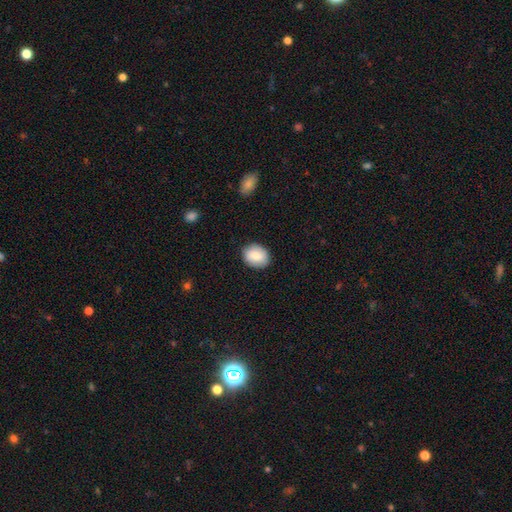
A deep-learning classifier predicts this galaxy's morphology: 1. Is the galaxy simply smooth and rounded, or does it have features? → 82% smooth, 11% featured or disk, 7% star or artifact.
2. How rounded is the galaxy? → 52% round, 47% in between, 1% cigar-shaped.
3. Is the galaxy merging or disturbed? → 87% none, 9% minor disturbance, 2% major disturbance, 1% merger.